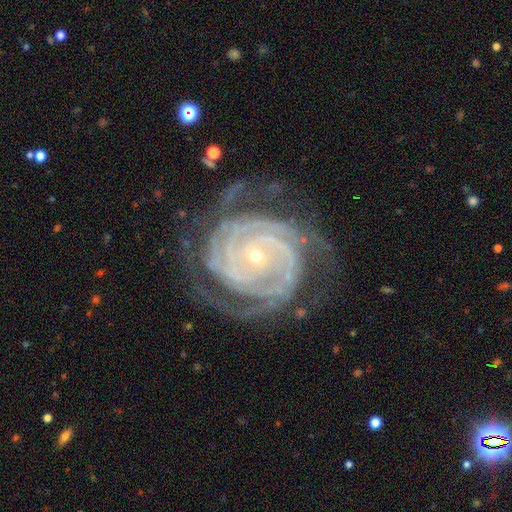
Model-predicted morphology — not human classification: Smooth or featured? Predicted: featured or disk (p=0.92). Edge-on disk? Predicted: no (p=0.98). Bar? Predicted: no (p=0.71). Spiral arms? Predicted: yes (p=0.99). Spiral winding? Predicted: tight (p=0.84). Spiral arm count? Predicted: 2 (p=0.23, tied with 3). Bulge size? Predicted: small (p=0.83). Merging? Predicted: none (p=0.71).